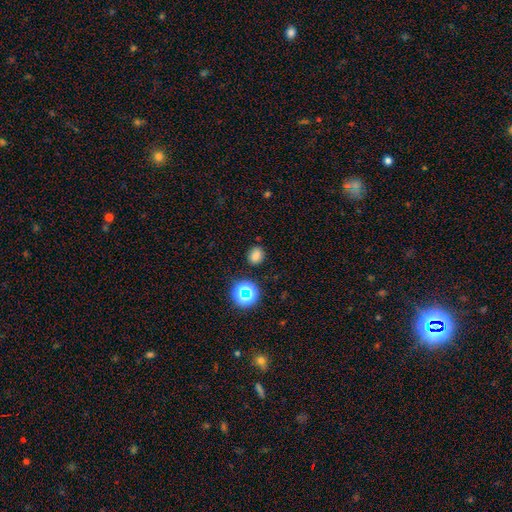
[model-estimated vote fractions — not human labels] smooth_or_featured: smooth (p=0.75) [alt: star or artifact p=0.19]
how_rounded: round (p=0.54) [alt: in between p=0.45]
merging: none (p=0.83) [alt: minor disturbance p=0.11]